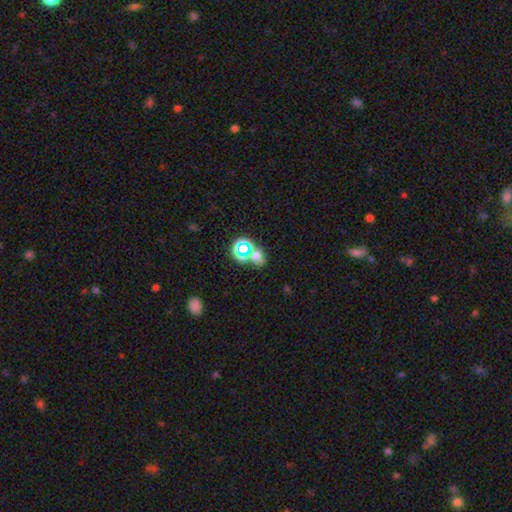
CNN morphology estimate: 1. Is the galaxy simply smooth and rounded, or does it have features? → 45% smooth, 43% star or artifact, 13% featured or disk.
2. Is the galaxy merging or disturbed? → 50% none, 33% merger, 10% minor disturbance, 6% major disturbance.